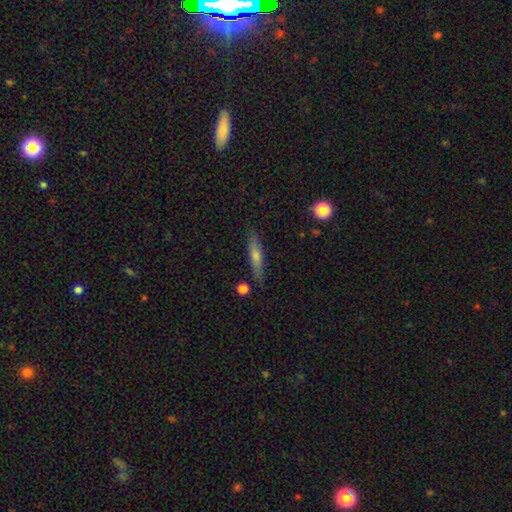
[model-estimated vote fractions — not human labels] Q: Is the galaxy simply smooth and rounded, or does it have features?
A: smooth — 50%.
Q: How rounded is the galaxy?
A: cigar-shaped — 87%.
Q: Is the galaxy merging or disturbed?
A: none — 84%.